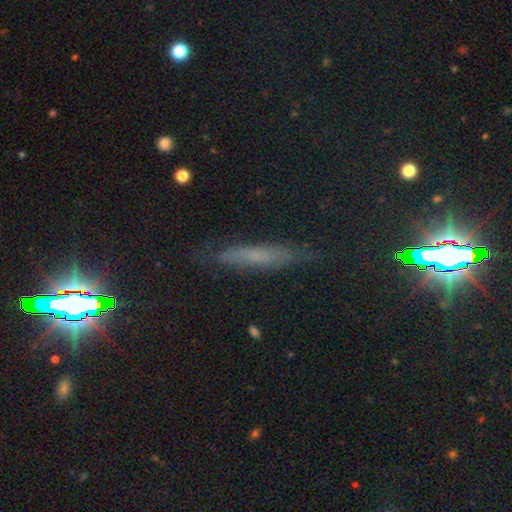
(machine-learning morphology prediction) smooth-or-featured: smooth: 42% | featured or disk: 30% | star or artifact: 29%
  merging: none: 82% | minor disturbance: 13% | major disturbance: 3% | merger: 2%